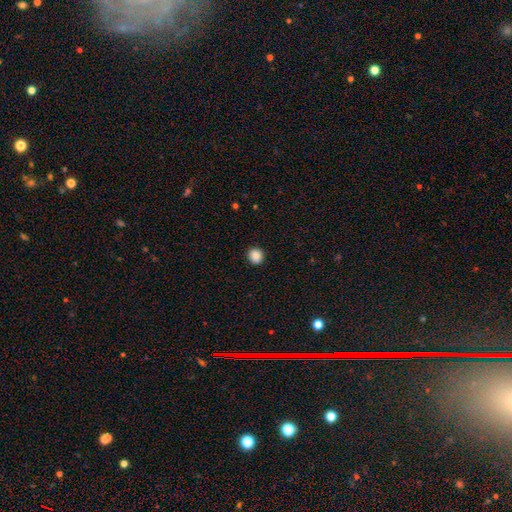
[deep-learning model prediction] The model was most divided on "how rounded": round: 86%, in between: 13%, cigar-shaped: 1%. More confident: merging — none (91%); smooth or featured — smooth (87%).